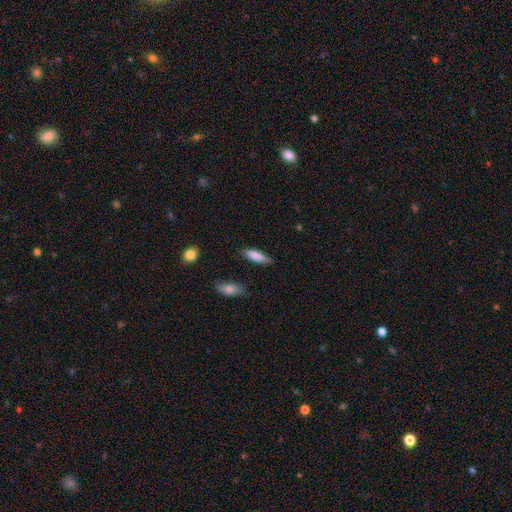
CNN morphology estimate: Smooth or featured: smooth — 84% (featured or disk — 9%)
How rounded: cigar-shaped — 49% (tied with in between — 49%)
Merging: none — 81% (minor disturbance — 14%)